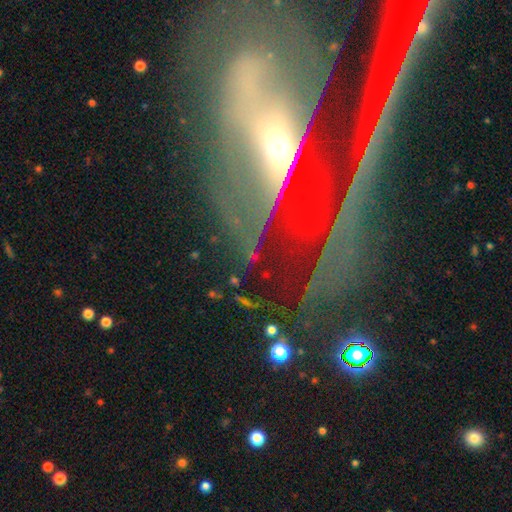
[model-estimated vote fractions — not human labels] Morphology: type=featured or disk (64%); edge-on=no (73%); merging=none (49%).